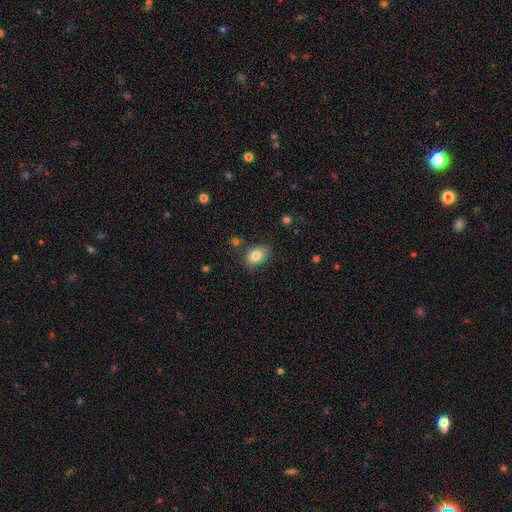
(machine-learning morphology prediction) A smooth galaxy with no disk features (83%) that is in between round and cigar-shaped (75%).

Vote fractions:
- Smooth or featured? smooth: 83% / star or artifact: 9% / featured or disk: 8%
- How rounded? in between: 75% / round: 23% / cigar-shaped: 1%
- Merging? none: 81% / minor disturbance: 13% / merger: 3% / major disturbance: 3%